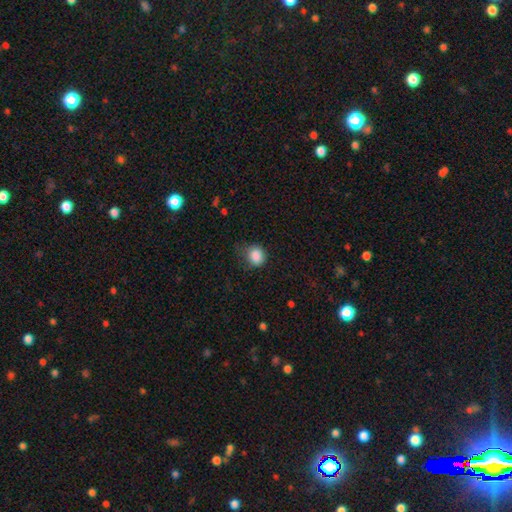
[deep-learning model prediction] The model was most divided on "merging": none: 60%, minor disturbance: 29%, major disturbance: 10%, merger: 1%. More confident: smooth or featured — smooth (86%); how rounded — round (72%).